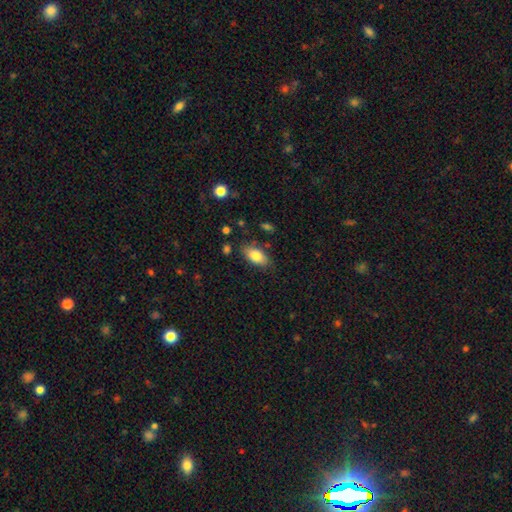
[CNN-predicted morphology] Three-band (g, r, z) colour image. It shows a smooth galaxy with no disk features (82%) that is in between round and cigar-shaped (90%). Merging: none (81%).